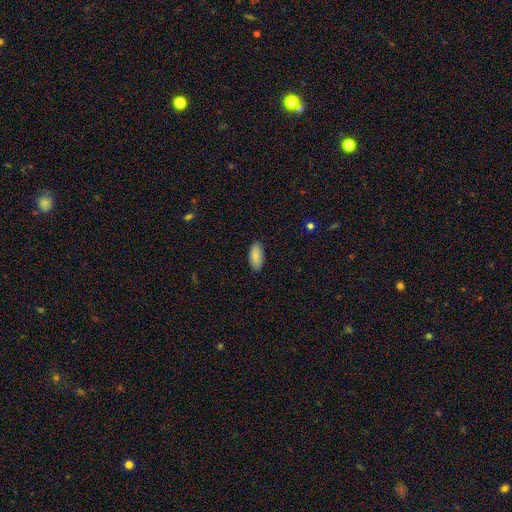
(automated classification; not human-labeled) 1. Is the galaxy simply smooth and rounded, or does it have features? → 87% smooth, 6% star or artifact, 6% featured or disk.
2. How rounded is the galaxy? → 92% in between, 6% cigar-shaped, 2% round.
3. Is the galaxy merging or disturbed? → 87% none, 10% minor disturbance, 2% major disturbance, 1% merger.